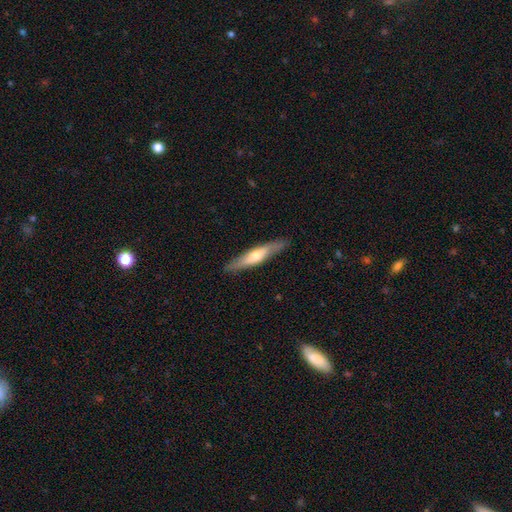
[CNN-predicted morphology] Overall: featured or disk (51%; smooth 44%). Edge-on disk: yes (87%). Merging: none (87%).